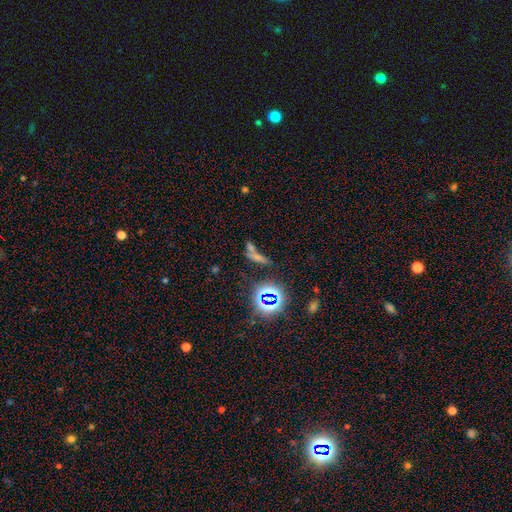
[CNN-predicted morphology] type=smooth (50%); merging=none (40%, tied with merger).